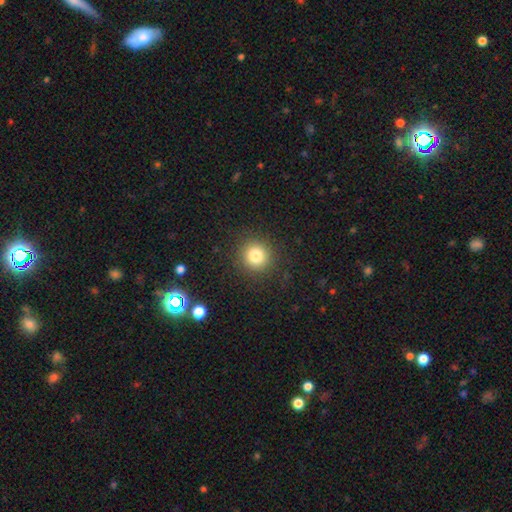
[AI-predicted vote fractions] Q: Smooth or featured?
A: smooth (81%); runner-up: star or artifact (12%)
Q: How rounded?
A: round (93%); runner-up: in between (6%)
Q: Merging?
A: none (89%); runner-up: minor disturbance (7%)